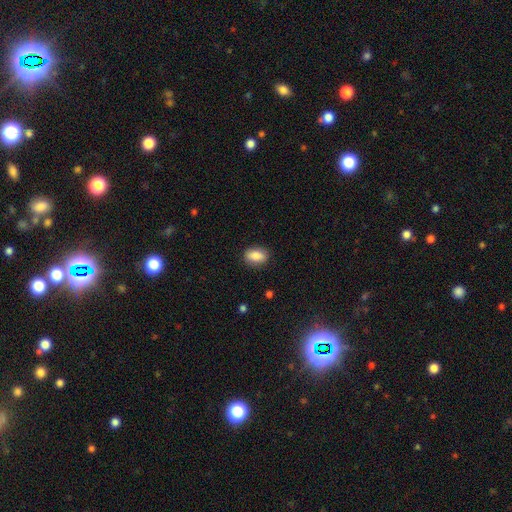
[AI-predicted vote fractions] Smooth or featured? smooth (85%)
How rounded? in between (84%)
Merging? none (86%)